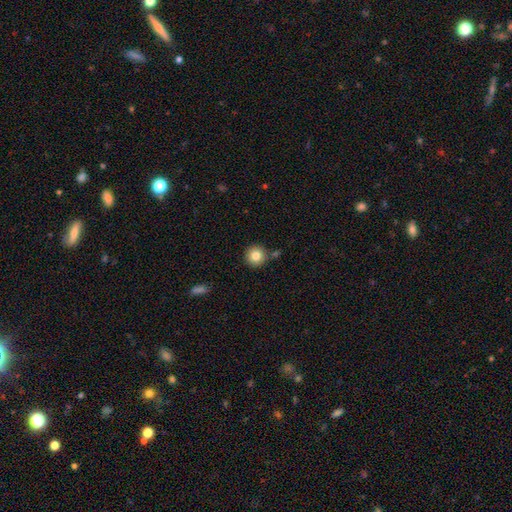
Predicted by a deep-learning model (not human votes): A smooth galaxy with no disk features (82%) that is round (95%).

Vote fractions:
- Smooth or featured? smooth: 82% / star or artifact: 10% / featured or disk: 8%
- How rounded? round: 95% / in between: 4% / cigar-shaped: 1%
- Merging? none: 84% / minor disturbance: 8% / merger: 6% / major disturbance: 2%